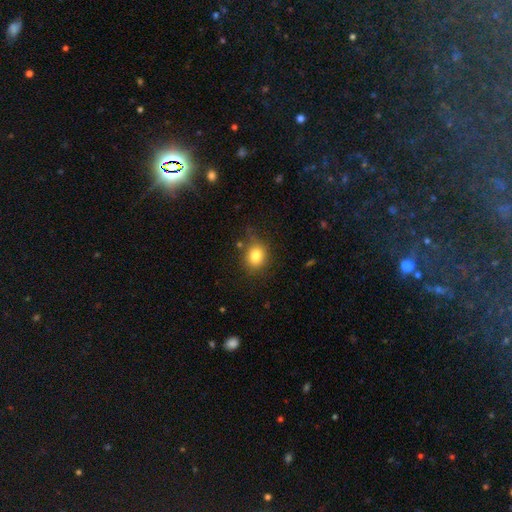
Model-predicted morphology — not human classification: Overall: smooth (81%). How rounded: round (67%; in between 32%). Merging: none (75%).